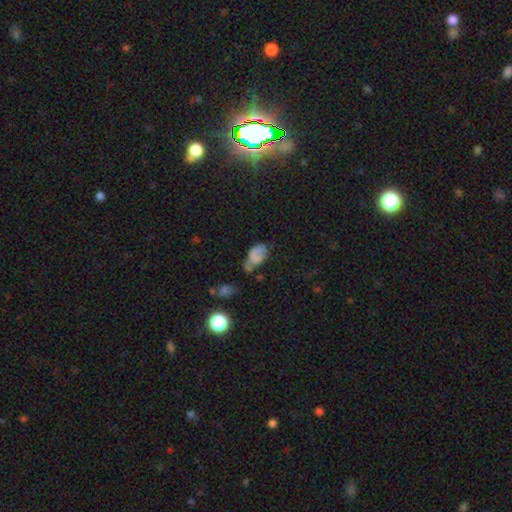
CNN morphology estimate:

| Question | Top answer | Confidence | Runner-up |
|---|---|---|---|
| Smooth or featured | smooth | 61% | featured or disk (22%) |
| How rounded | in between | 88% | round (10%) |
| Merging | none | 31% | minor disturbance (29%) |